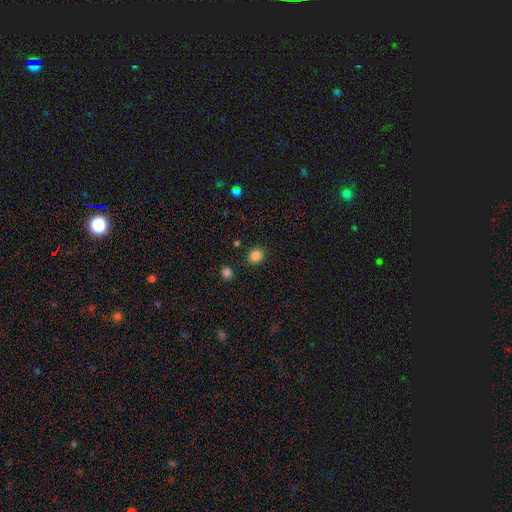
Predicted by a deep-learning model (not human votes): Smooth or featured?
  - smooth: 85% *
  - star or artifact: 12%
  - featured or disk: 3%
How rounded?
  - round: 84% *
  - in between: 15%
  - cigar-shaped: 1%
Merging?
  - none: 89% *
  - minor disturbance: 7%
  - major disturbance: 2%
  - merger: 2%